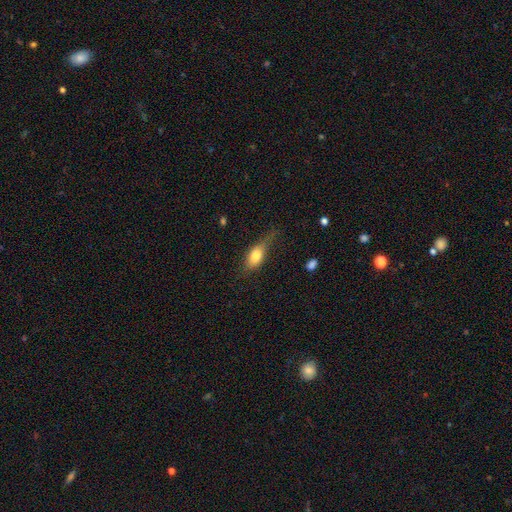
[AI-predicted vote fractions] This appears to be a smooth galaxy with no disk features (72%) that is in between round and cigar-shaped (78%). Merging: none (44%).